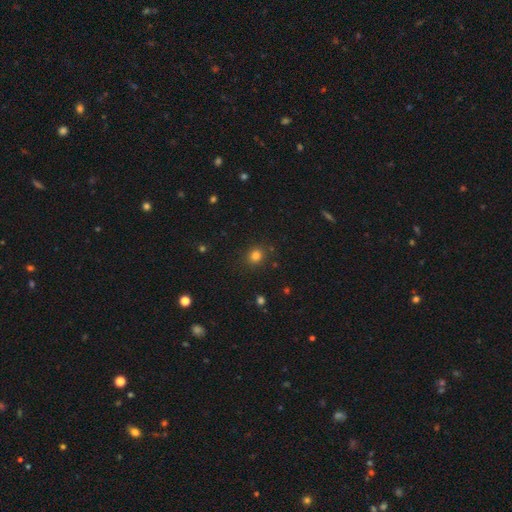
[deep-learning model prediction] Q: Smooth or featured?
A: smooth (81%); runner-up: star or artifact (14%)
Q: How rounded?
A: round (83%); runner-up: in between (16%)
Q: Merging?
A: none (88%); runner-up: minor disturbance (7%)